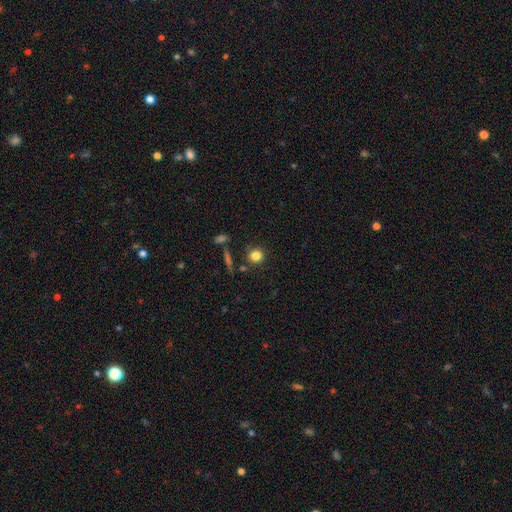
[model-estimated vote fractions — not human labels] This is clearly a smooth galaxy (82%). How rounded: clearly round (89%). Merging: clearly none (83%).